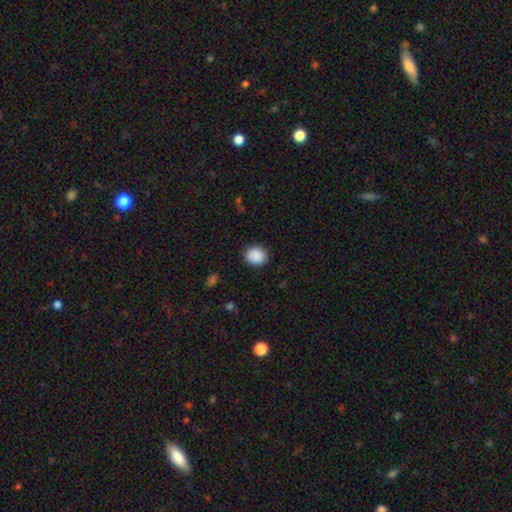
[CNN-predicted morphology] This appears to be a smooth galaxy with no disk features (90%) that is round (71%). Merging: none (89%).